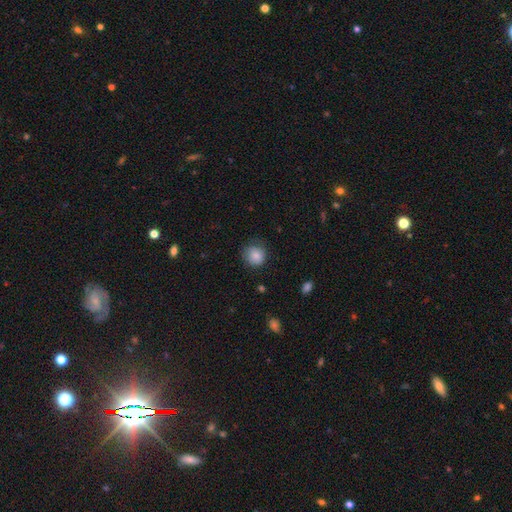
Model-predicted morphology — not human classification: Q: Smooth or featured?
A: smooth (83%); runner-up: featured or disk (9%)
Q: How rounded?
A: round (88%); runner-up: in between (11%)
Q: Merging?
A: none (68%); runner-up: minor disturbance (23%)